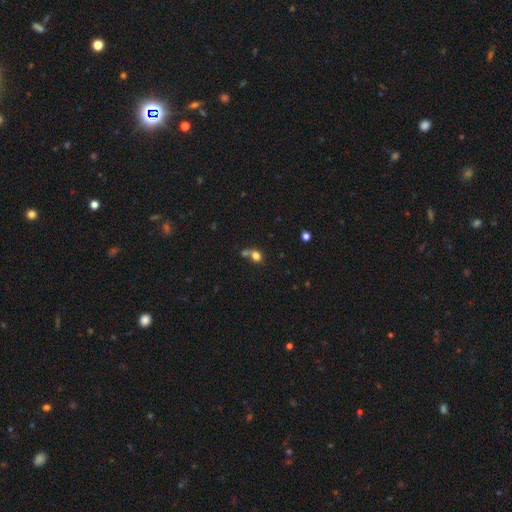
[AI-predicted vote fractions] Overall: smooth (75%). How rounded: round (65%; in between 33%). Merging: merger (41%; none 39%).